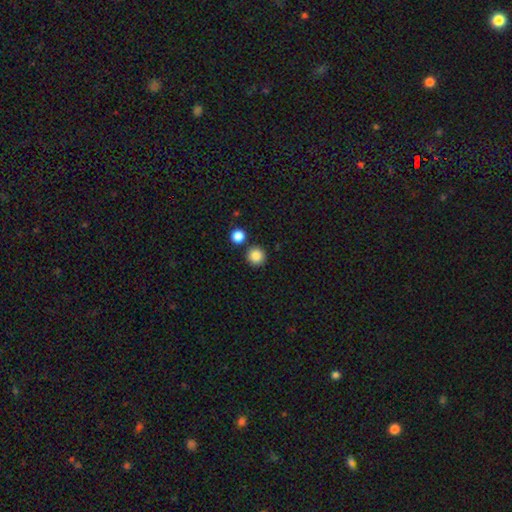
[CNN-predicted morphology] This is clearly a smooth galaxy (86%). How rounded: clearly round (95%). Merging: clearly none (86%).